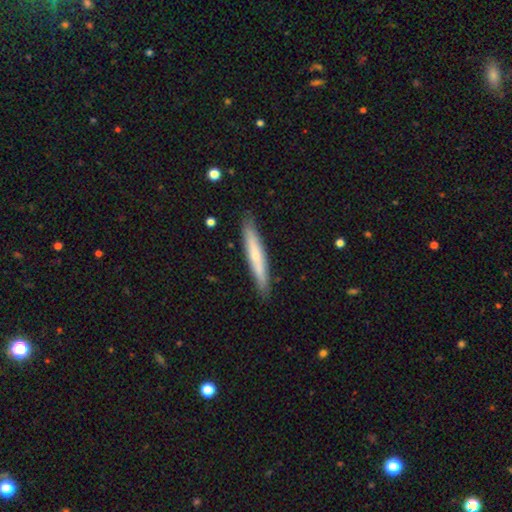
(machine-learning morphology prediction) Smooth or featured?
  - smooth: 59% *
  - featured or disk: 35%
  - star or artifact: 6%
How rounded?
  - cigar-shaped: 94% *
  - in between: 4%
  - round: 1%
Merging?
  - none: 89% *
  - minor disturbance: 9%
  - major disturbance: 2%
  - merger: 1%